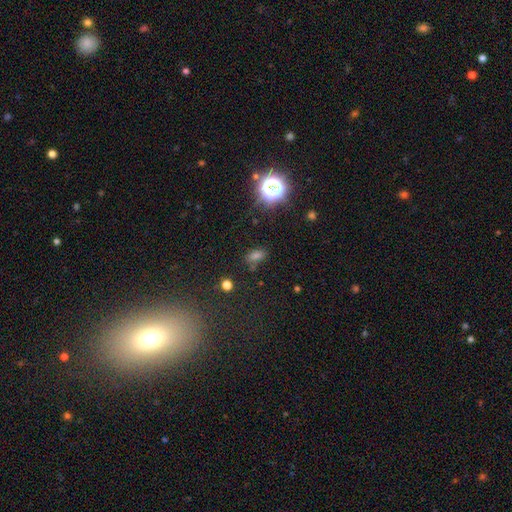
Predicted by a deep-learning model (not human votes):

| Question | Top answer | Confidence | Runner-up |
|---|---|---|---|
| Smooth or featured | smooth | 58% | star or artifact (34%) |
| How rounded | in between | 81% | round (14%) |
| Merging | none | 71% | minor disturbance (17%) |